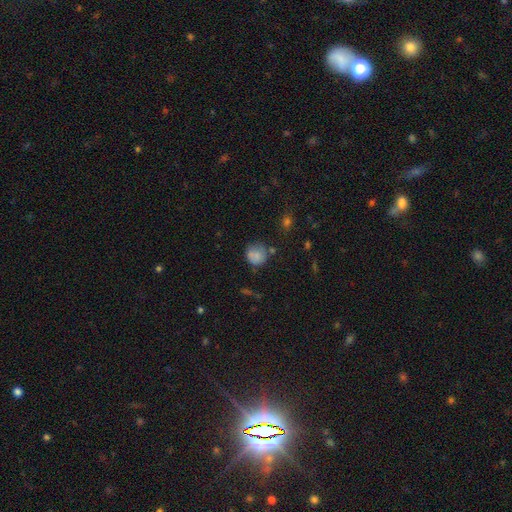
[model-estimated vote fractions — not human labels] Morphology: type=smooth (77%); roundness=round (84%); merging=none (60%).